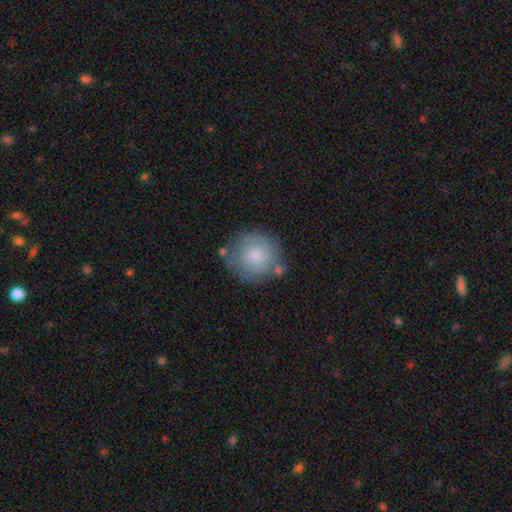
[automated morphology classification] type=smooth (64%); roundness=round (93%); merging=none (70%).